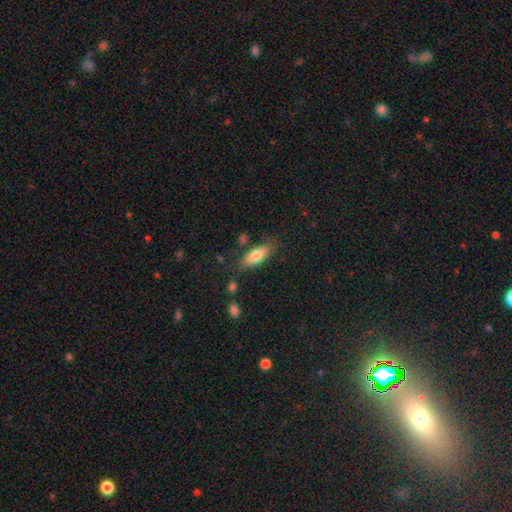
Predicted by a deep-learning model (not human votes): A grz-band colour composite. It shows a smooth galaxy with no disk features (77%) that is in between round and cigar-shaped (71%). Merging: none (75%).